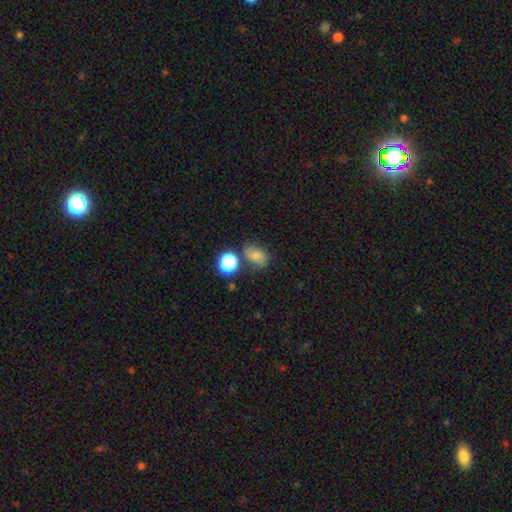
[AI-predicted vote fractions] Overall: smooth (70%). How rounded: in between (68%; round 30%). Merging: none (59%; minor disturbance 20%).